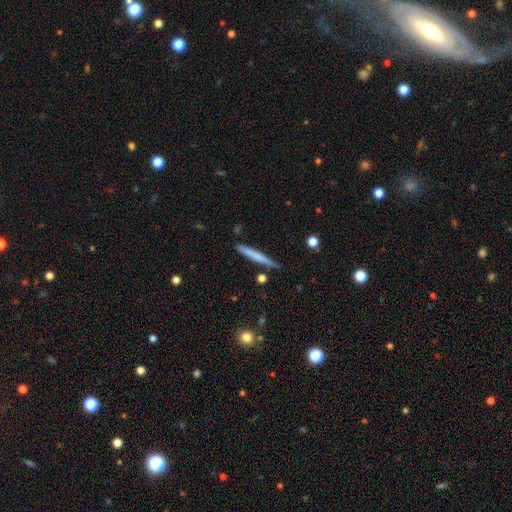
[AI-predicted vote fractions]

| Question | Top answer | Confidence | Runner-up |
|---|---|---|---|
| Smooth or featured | smooth | 60% | featured or disk (34%) |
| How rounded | cigar-shaped | 96% | in between (2%) |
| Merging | none | 86% | minor disturbance (10%) |